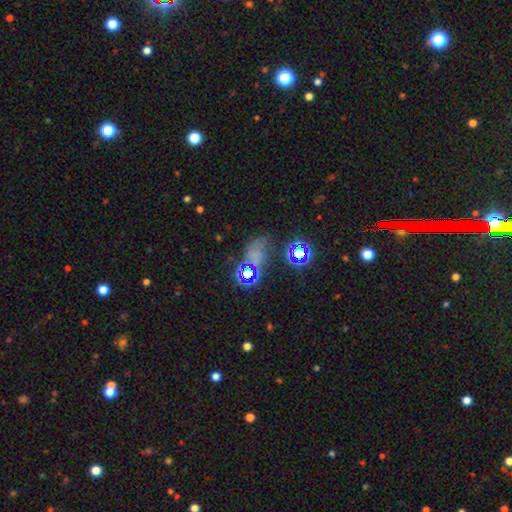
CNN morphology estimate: Smooth or featured? star or artifact (44%)